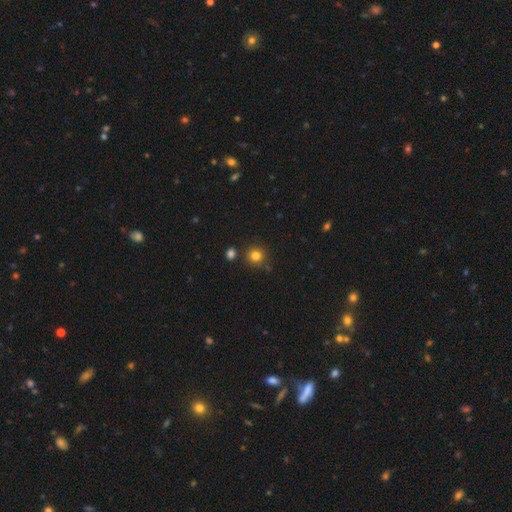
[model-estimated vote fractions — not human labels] The model was most divided on "smooth or featured": smooth: 81%, star or artifact: 13%, featured or disk: 6%. More confident: how rounded — round (92%); merging — none (83%).